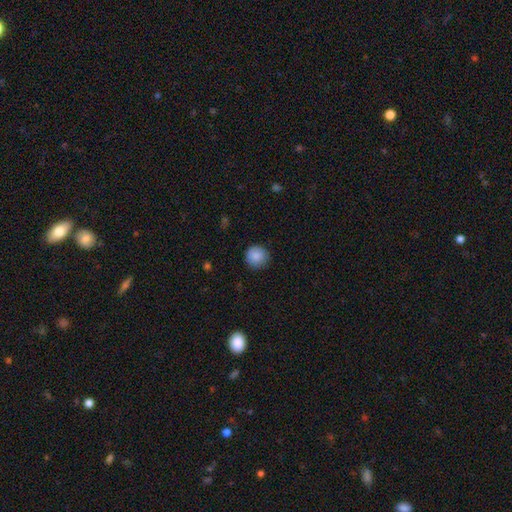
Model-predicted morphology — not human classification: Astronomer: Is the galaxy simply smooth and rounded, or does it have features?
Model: smooth — 87%.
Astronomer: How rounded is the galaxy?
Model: round — 95%.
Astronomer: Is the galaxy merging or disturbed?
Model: none — 88%.